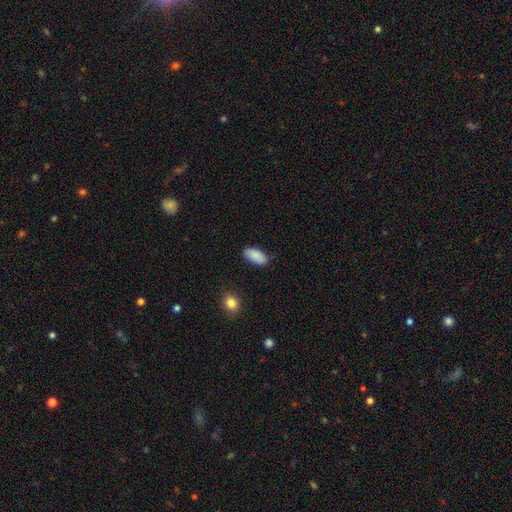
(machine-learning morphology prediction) The model was most divided on "merging": none: 83%, minor disturbance: 13%, major disturbance: 2%, merger: 1%. More confident: how rounded — in between (93%); smooth or featured — smooth (89%).